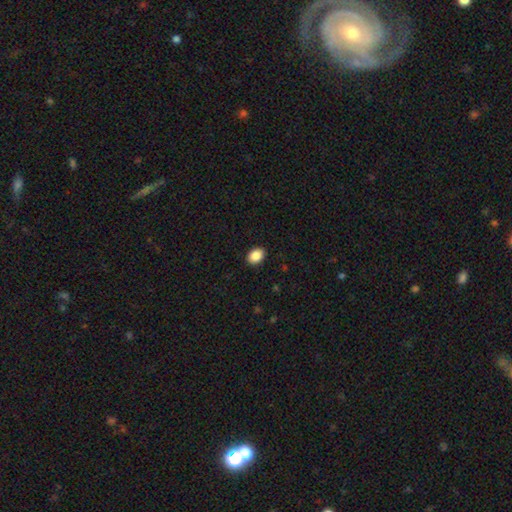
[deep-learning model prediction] This is clearly a smooth galaxy (88%). How rounded: likely in between (73%). Merging: clearly none (90%).